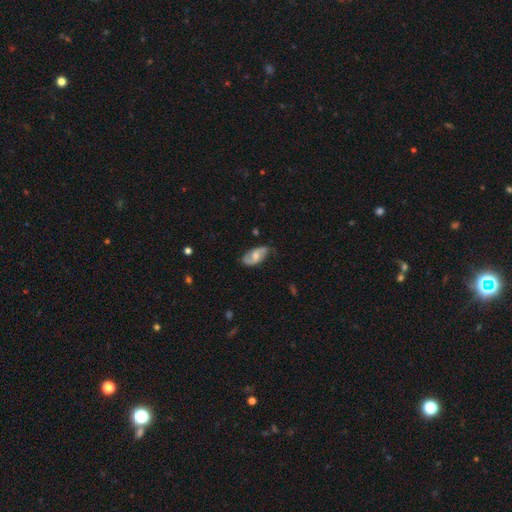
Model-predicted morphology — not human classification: Smooth or featured? Predicted: featured or disk (p=0.63). Edge-on disk? Predicted: no (p=0.94). Bar? Predicted: weak (p=0.44). Spiral arms? Predicted: yes (p=0.89). Spiral winding? Predicted: loose (p=0.44). Spiral arm count? Predicted: 2 (p=0.85). Bulge size? Predicted: moderate (p=0.55). Merging? Predicted: none (p=0.67).